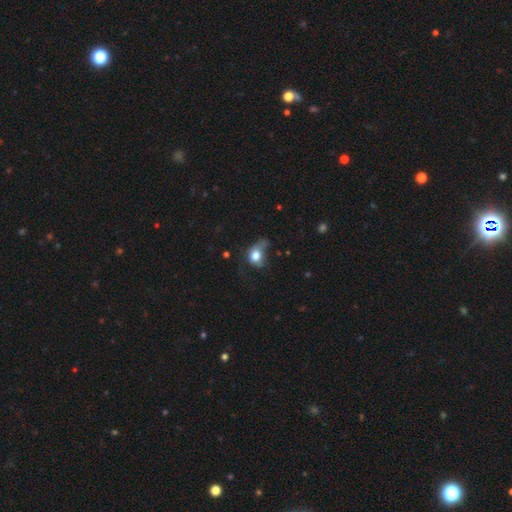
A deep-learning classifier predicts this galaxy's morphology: smooth_or_featured: smooth (p=0.70) [alt: featured or disk p=0.19]
how_rounded: in between (p=0.56) [alt: round p=0.42]
merging: major disturbance (p=0.45) [alt: minor disturbance p=0.28]